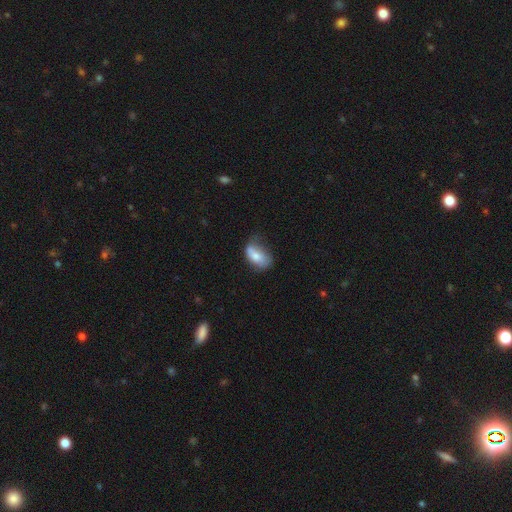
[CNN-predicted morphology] This appears to be a smooth galaxy with no disk features (67%) that is in between round and cigar-shaped (90%). Merging: none (39%, tied with minor disturbance).